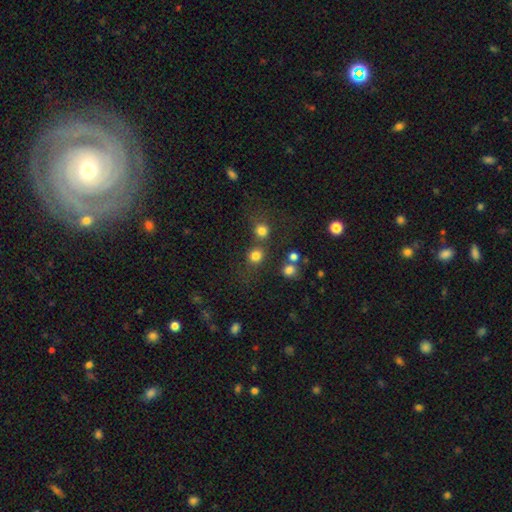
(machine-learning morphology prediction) Smooth or featured: smooth — 79% (star or artifact — 15%)
How rounded: round — 85% (in between — 14%)
Merging: none — 65% (merger — 21%)